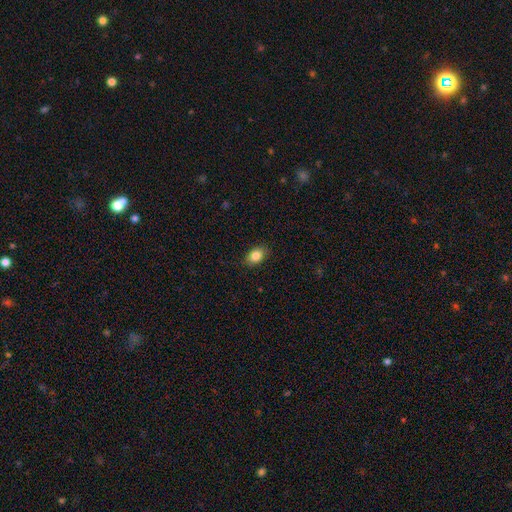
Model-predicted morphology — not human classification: This appears to be a smooth galaxy with no disk features (85%) that is in between round and cigar-shaped (79%). Merging: none (87%).